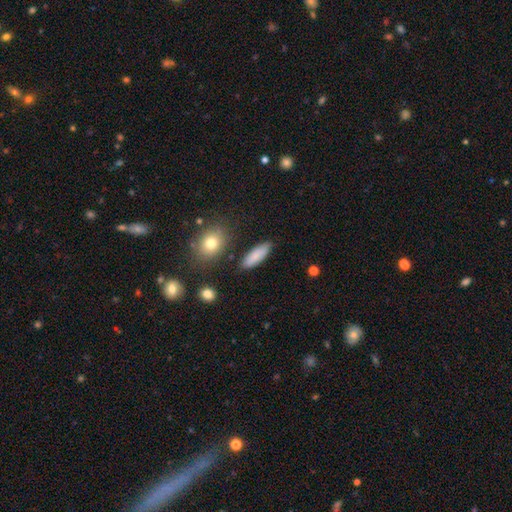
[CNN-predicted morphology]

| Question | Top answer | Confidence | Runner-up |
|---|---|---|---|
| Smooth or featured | smooth | 83% | featured or disk (10%) |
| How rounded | in between | 63% | cigar-shaped (35%) |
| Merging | none | 83% | minor disturbance (11%) |